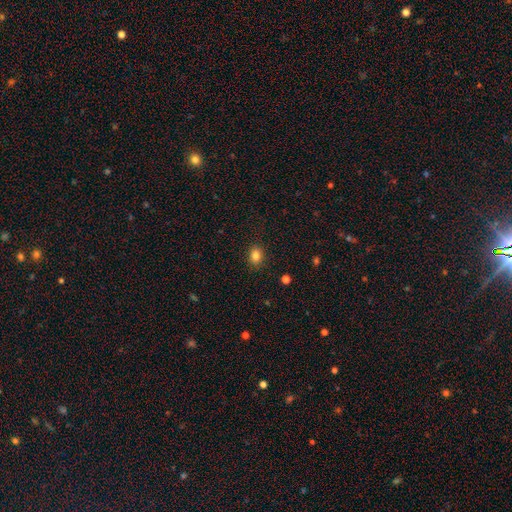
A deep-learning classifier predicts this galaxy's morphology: smooth-or-featured: smooth: 84% | star or artifact: 11% | featured or disk: 5%
  how-rounded: in between: 58% | round: 41% | cigar-shaped: 1%
  merging: none: 89% | minor disturbance: 8% | major disturbance: 2% | merger: 1%